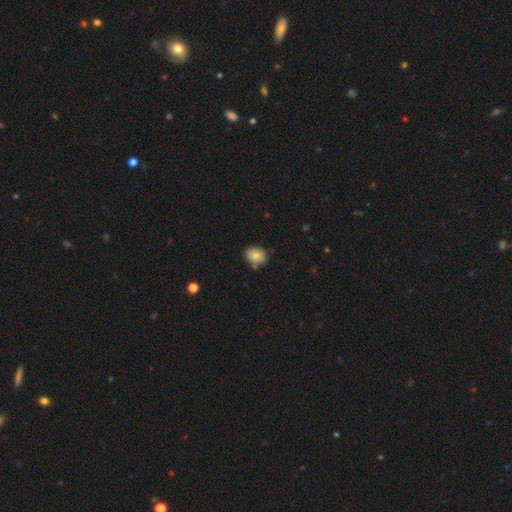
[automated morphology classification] smooth-or-featured: smooth: 83% | featured or disk: 9% | star or artifact: 8%
  how-rounded: in between: 57% | round: 42% | cigar-shaped: 1%
  merging: none: 78% | minor disturbance: 14% | merger: 5% | major disturbance: 3%